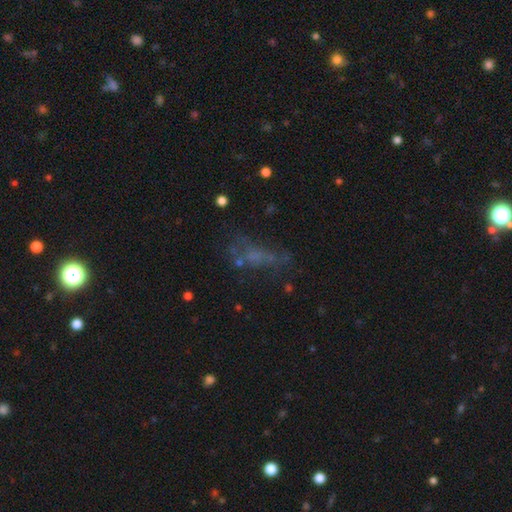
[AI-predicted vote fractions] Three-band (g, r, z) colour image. It shows a smooth galaxy with no disk features (36%). Merging: none (43%).